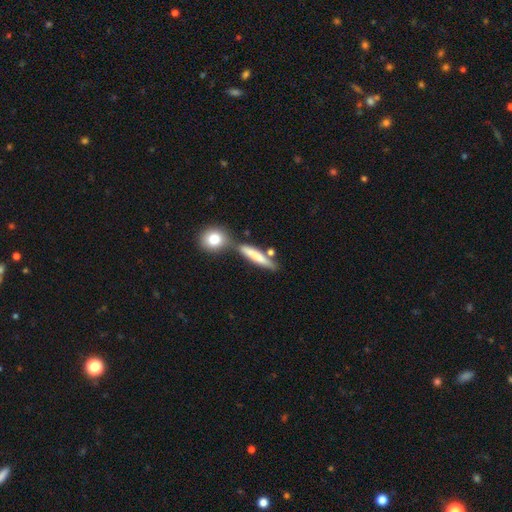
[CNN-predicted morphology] Smooth or featured? Predicted: smooth (p=0.69). How rounded? Predicted: cigar-shaped (p=0.80). Merging? Predicted: none (p=0.67).